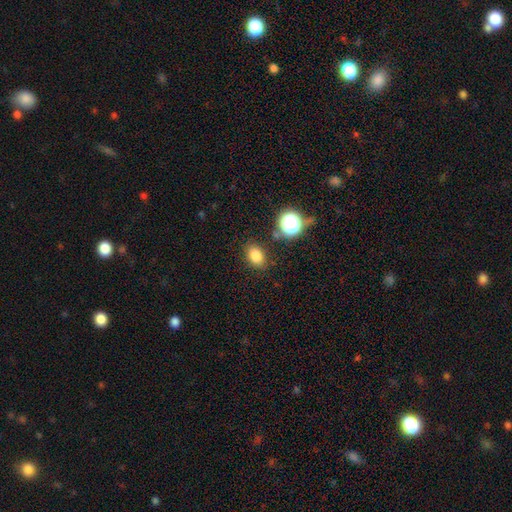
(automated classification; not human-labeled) smooth 80%, star or artifact 14%, featured or disk 6%. Down the decision tree: how rounded — in between (70%); merging — none (82%).